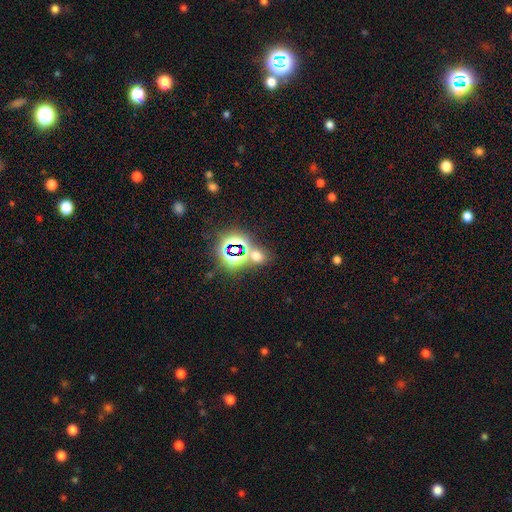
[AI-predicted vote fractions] star or artifact 50%, smooth 43%, featured or disk 7%.